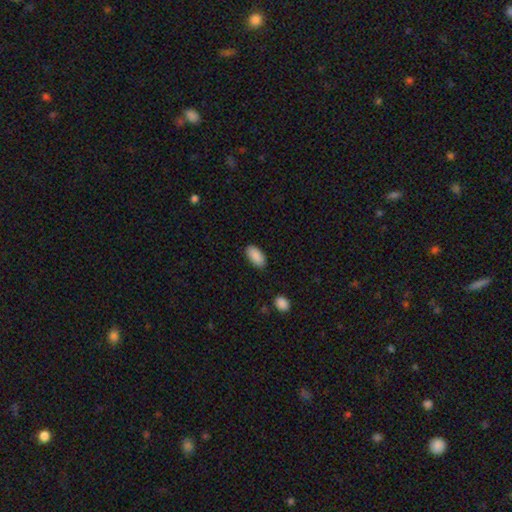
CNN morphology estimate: Q: Smooth or featured?
A: smooth (90%); runner-up: star or artifact (6%)
Q: How rounded?
A: in between (93%); runner-up: cigar-shaped (4%)
Q: Merging?
A: none (86%); runner-up: minor disturbance (11%)